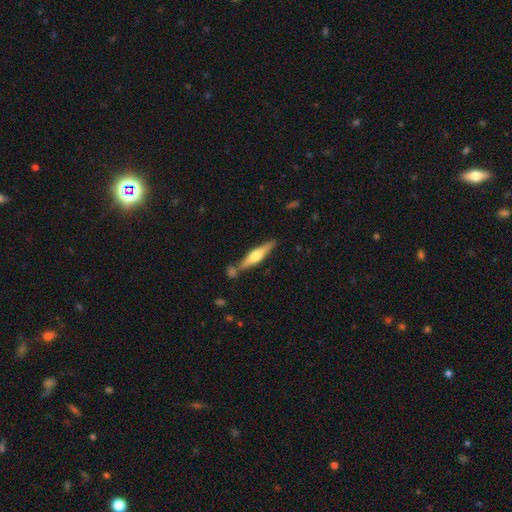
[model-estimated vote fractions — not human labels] Smooth or featured?
  - featured or disk: 56% *
  - smooth: 39%
  - star or artifact: 5%
Edge-on disk?
  - yes: 95% *
  - no: 5%
Edge-on bulge?
  - rounded: 91% *
  - boxy: 5%
  - none: 4%
Merging?
  - none: 76% *
  - minor disturbance: 11%
  - merger: 10%
  - major disturbance: 3%